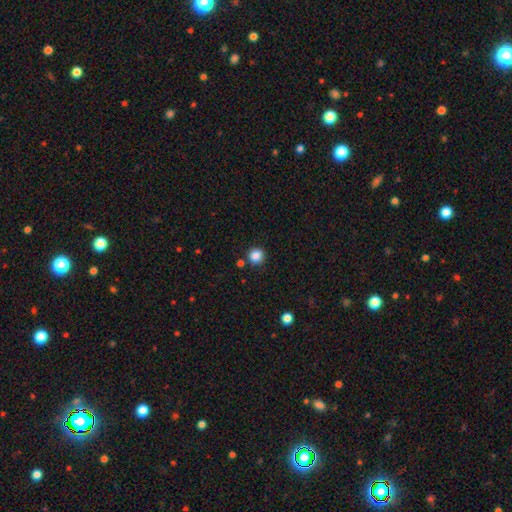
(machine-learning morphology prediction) Smooth or featured? smooth (85%)
How rounded? round (93%)
Merging? none (87%)